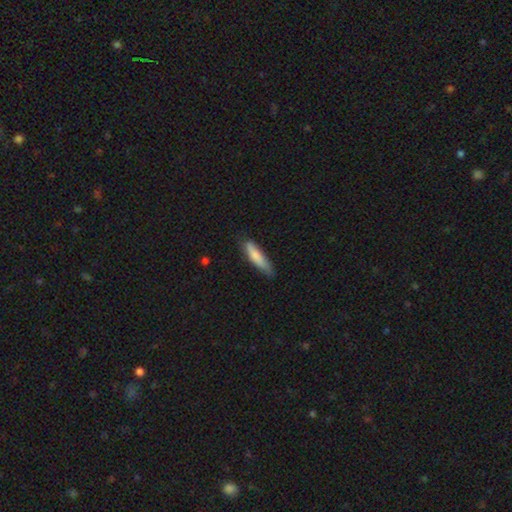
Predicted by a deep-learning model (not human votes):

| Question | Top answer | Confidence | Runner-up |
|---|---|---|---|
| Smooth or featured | smooth | 77% | featured or disk (17%) |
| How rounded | cigar-shaped | 75% | in between (23%) |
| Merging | none | 68% | minor disturbance (26%) |